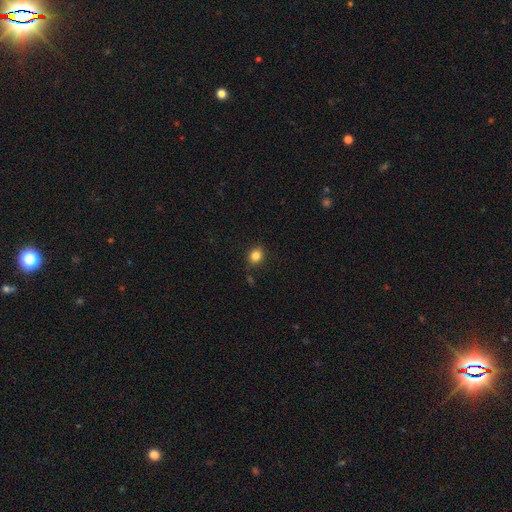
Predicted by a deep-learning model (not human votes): A smooth galaxy with no disk features (84%) that is round (66%). Merging: none (86%).